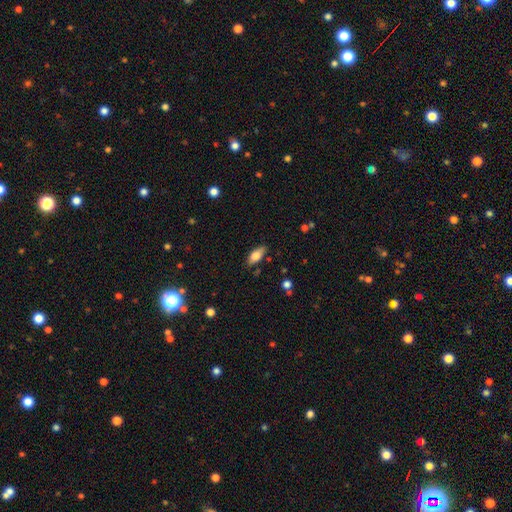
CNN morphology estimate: type=smooth (74%); roundness=in between (83%); merging=none (82%).